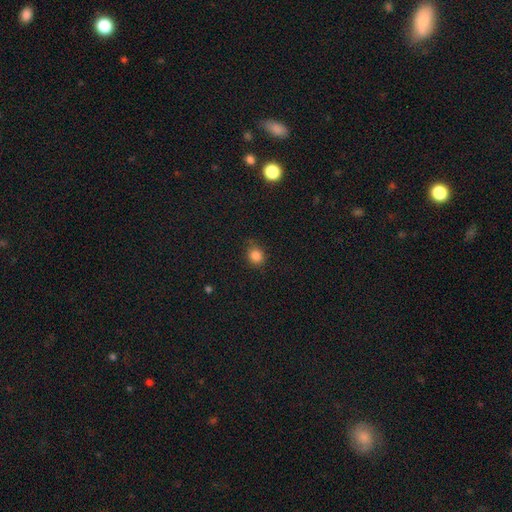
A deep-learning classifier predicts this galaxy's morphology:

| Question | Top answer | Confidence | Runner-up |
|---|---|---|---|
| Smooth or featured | smooth | 84% | star or artifact (12%) |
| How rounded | round | 75% | in between (24%) |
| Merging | none | 79% | minor disturbance (16%) |